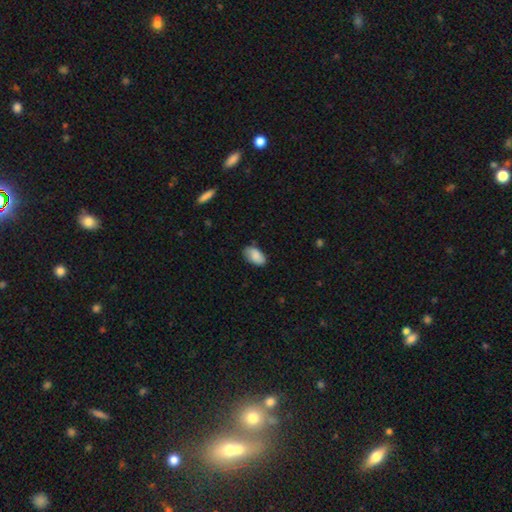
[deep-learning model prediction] Morphology: type=smooth (86%); roundness=in between (94%); merging=none (76%).